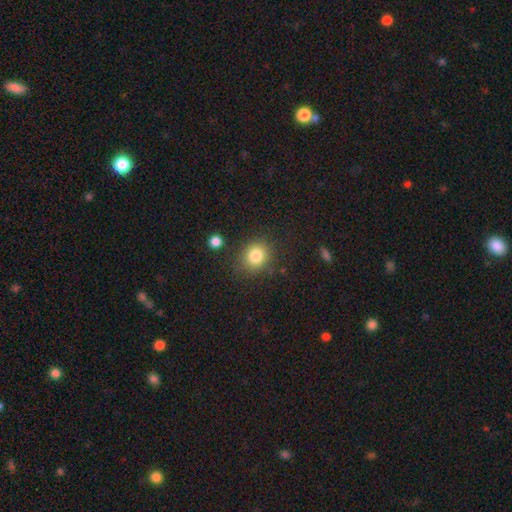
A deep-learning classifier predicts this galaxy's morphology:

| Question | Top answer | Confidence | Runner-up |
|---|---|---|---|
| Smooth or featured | smooth | 82% | star or artifact (11%) |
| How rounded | round | 76% | in between (23%) |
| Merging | none | 82% | minor disturbance (11%) |